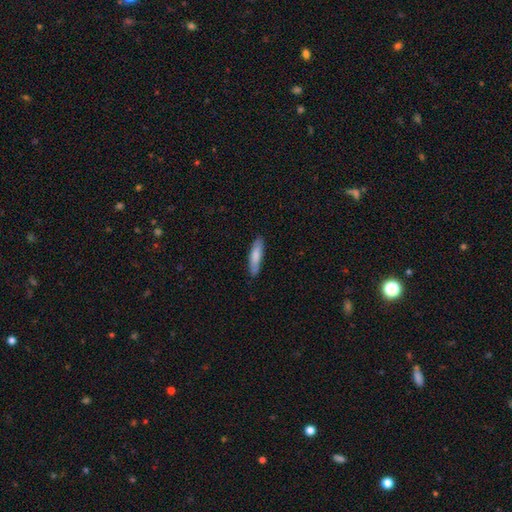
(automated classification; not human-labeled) smooth-or-featured: smooth: 80% | featured or disk: 15% | star or artifact: 5%
  how-rounded: cigar-shaped: 71% | in between: 28% | round: 1%
  merging: none: 83% | minor disturbance: 13% | major disturbance: 2% | merger: 1%